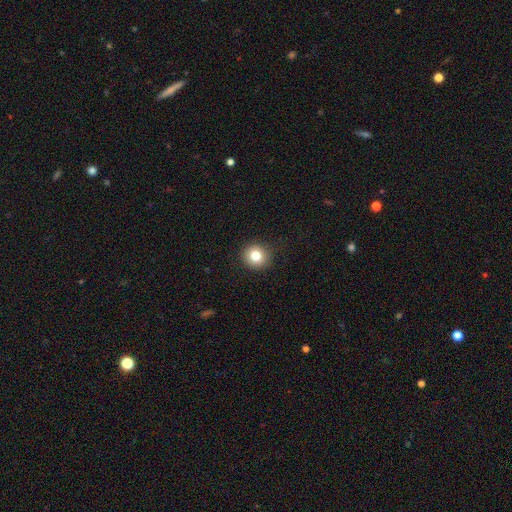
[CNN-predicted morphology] smooth 81%, star or artifact 11%, featured or disk 8%. Down the decision tree: how rounded — round (91%); merging — none (91%).